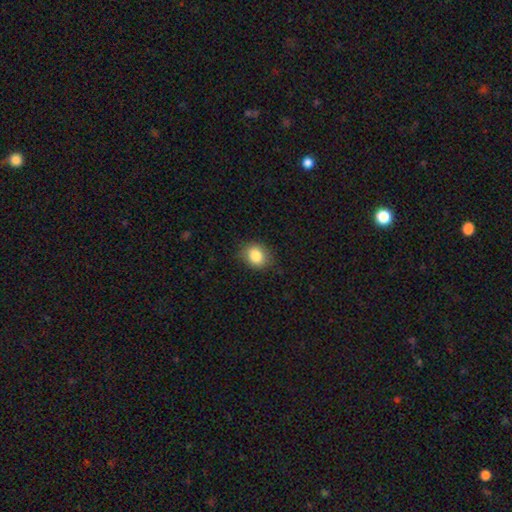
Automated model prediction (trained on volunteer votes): A smooth galaxy with no disk features (85%) that is round (52%). Merging: none (82%).